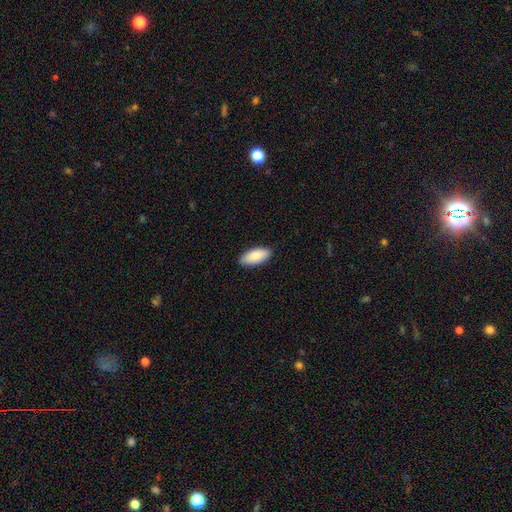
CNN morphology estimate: This is clearly a smooth galaxy (87%). How rounded: clearly in between (89%). Merging: clearly none (90%).